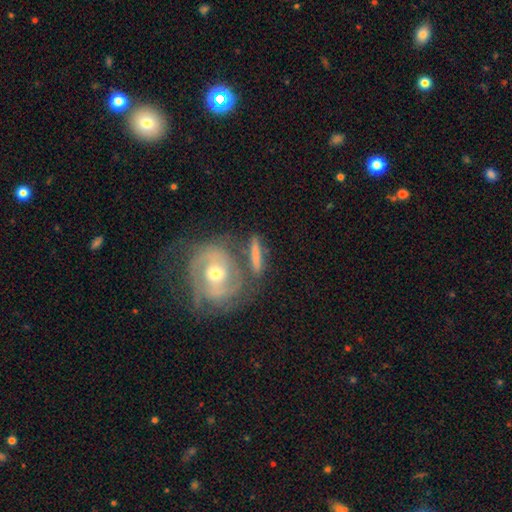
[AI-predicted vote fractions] Smooth or featured?
  - featured or disk: 49% *
  - smooth: 44%
  - star or artifact: 7%
Merging?
  - none: 61% *
  - merger: 17%
  - minor disturbance: 15%
  - major disturbance: 7%